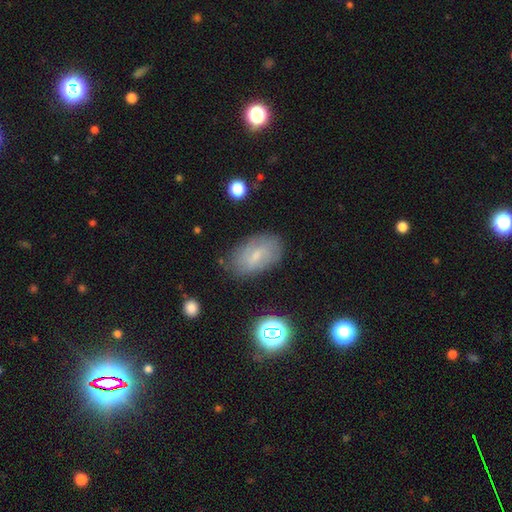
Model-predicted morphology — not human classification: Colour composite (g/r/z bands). It shows a smooth galaxy with no disk features (47%). Merging: none (75%).